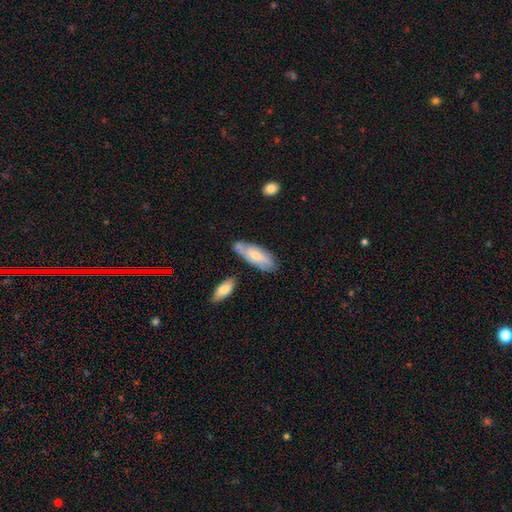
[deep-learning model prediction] Smooth or featured? Predicted: smooth (p=0.58). How rounded? Predicted: in between (p=0.76). Merging? Predicted: none (p=0.62).